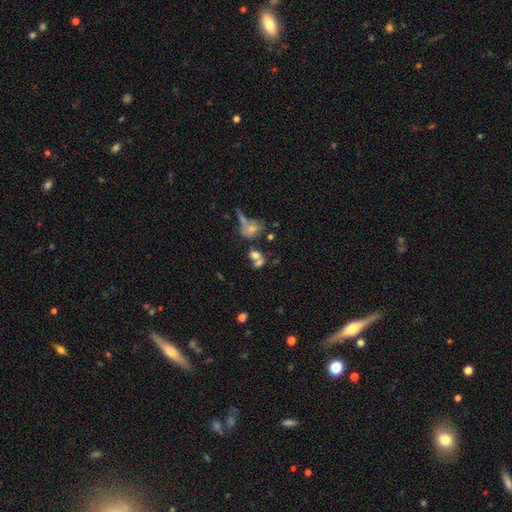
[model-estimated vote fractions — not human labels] Smooth or featured? smooth (64%)
How rounded? in between (59%)
Merging? merger (53%)